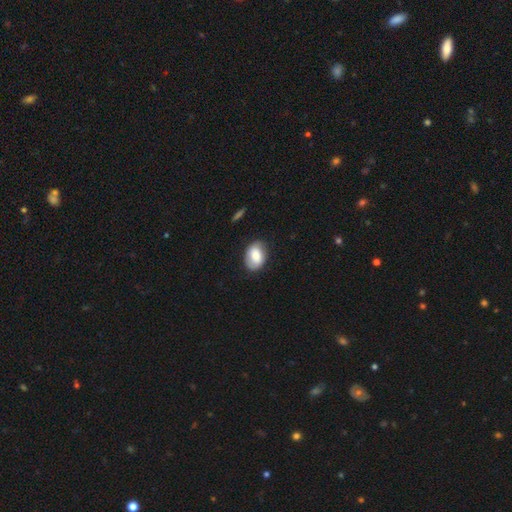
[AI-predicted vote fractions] smooth 70%, featured or disk 23%, star or artifact 7%. Down the decision tree: how rounded — in between (80%); merging — none (75%).